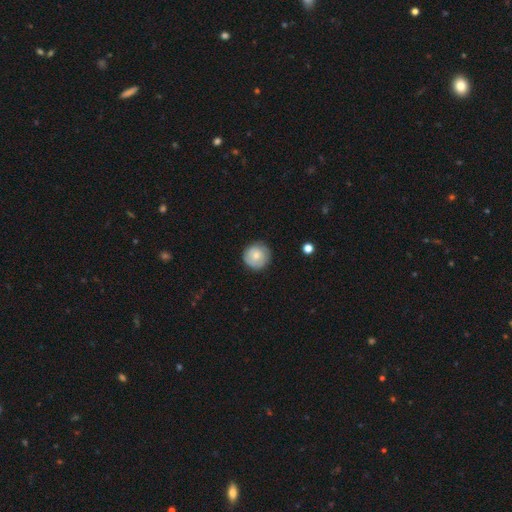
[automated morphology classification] Smooth or featured?
  - smooth: 72% *
  - featured or disk: 21%
  - star or artifact: 7%
How rounded?
  - round: 94% *
  - in between: 5%
  - cigar-shaped: 1%
Merging?
  - none: 82% *
  - minor disturbance: 14%
  - major disturbance: 3%
  - merger: 1%